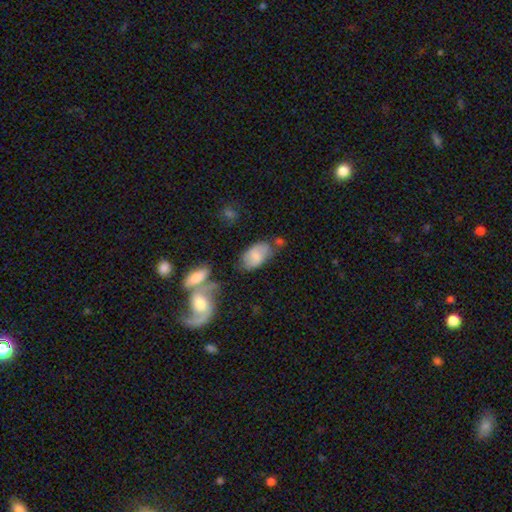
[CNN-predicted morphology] Smooth or featured?
  - smooth: 74% *
  - featured or disk: 19%
  - star or artifact: 7%
How rounded?
  - in between: 93% *
  - round: 5%
  - cigar-shaped: 2%
Merging?
  - none: 60% *
  - minor disturbance: 22%
  - merger: 12%
  - major disturbance: 7%